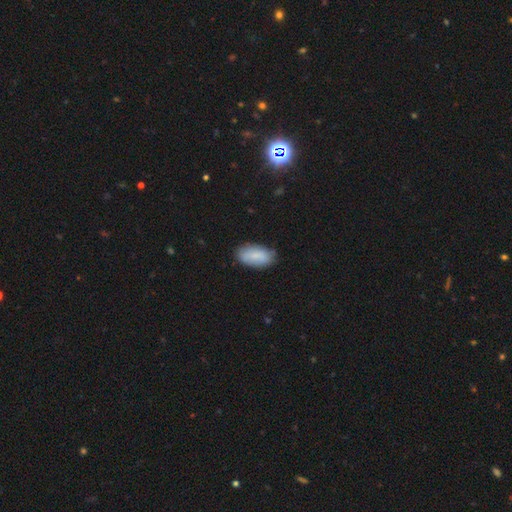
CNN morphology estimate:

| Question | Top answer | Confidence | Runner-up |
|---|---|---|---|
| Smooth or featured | smooth | 82% | featured or disk (12%) |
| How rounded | in between | 93% | cigar-shaped (4%) |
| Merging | none | 77% | minor disturbance (18%) |